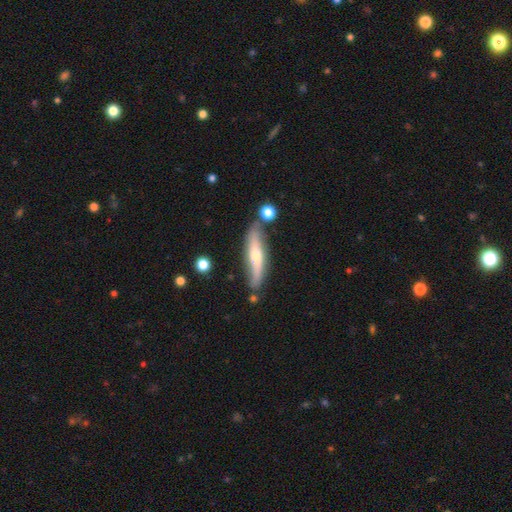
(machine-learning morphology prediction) smooth_or_featured: featured or disk (p=0.56) [alt: smooth p=0.38]
disk_edge_on: yes (p=0.72) [alt: no p=0.28]
merging: none (p=0.71) [alt: minor disturbance p=0.18]